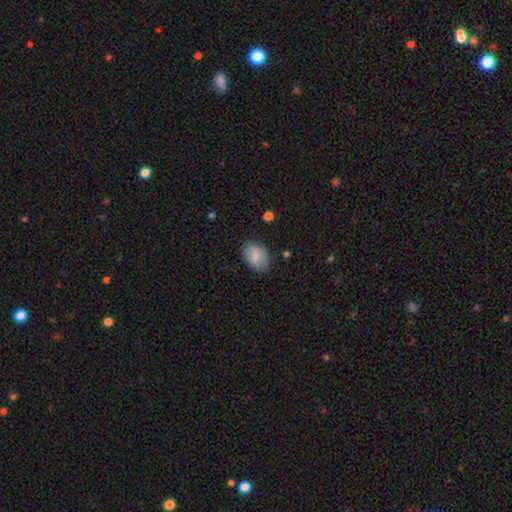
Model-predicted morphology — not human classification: This appears to be a smooth galaxy with no disk features (83%) that is in between round and cigar-shaped (84%). Merging: none (75%).